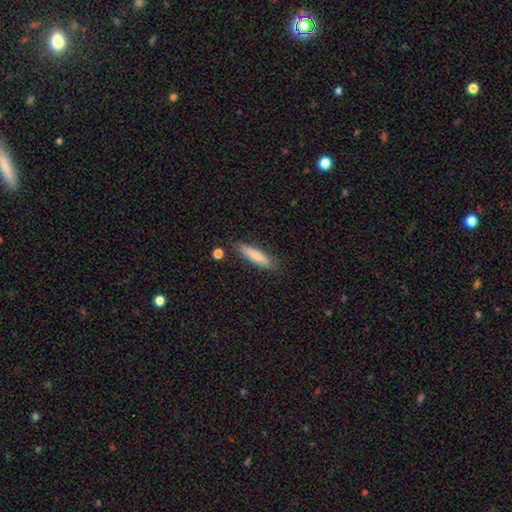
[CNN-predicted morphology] type=smooth (81%); roundness=cigar-shaped (79%); merging=none (81%).